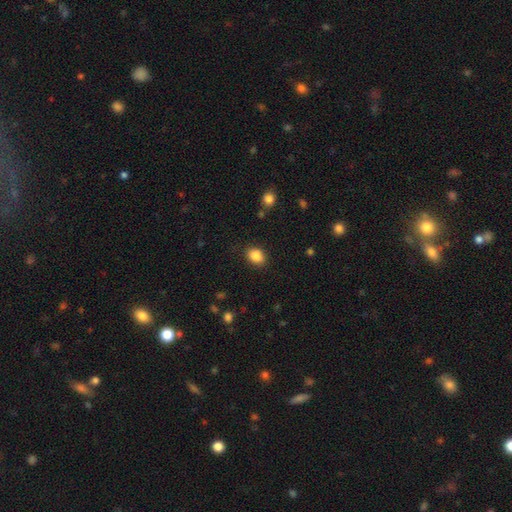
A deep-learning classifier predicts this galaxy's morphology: Smooth or featured?
  - smooth: 87% *
  - star or artifact: 9%
  - featured or disk: 4%
How rounded?
  - in between: 64% *
  - round: 35%
  - cigar-shaped: 1%
Merging?
  - none: 86% *
  - minor disturbance: 10%
  - major disturbance: 3%
  - merger: 1%